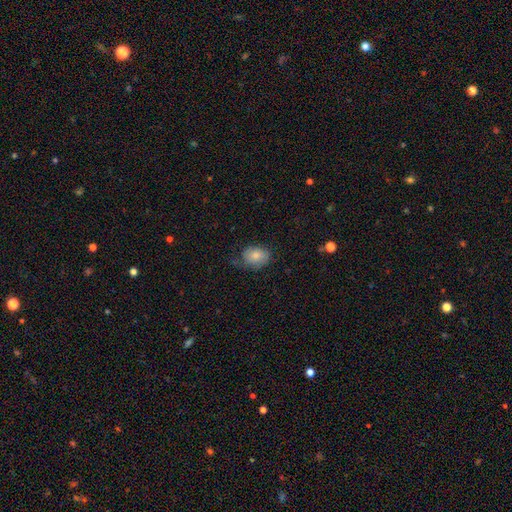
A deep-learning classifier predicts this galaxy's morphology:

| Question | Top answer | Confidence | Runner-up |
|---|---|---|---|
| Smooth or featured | smooth | 77% | featured or disk (15%) |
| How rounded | in between | 69% | round (30%) |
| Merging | none | 59% | minor disturbance (29%) |